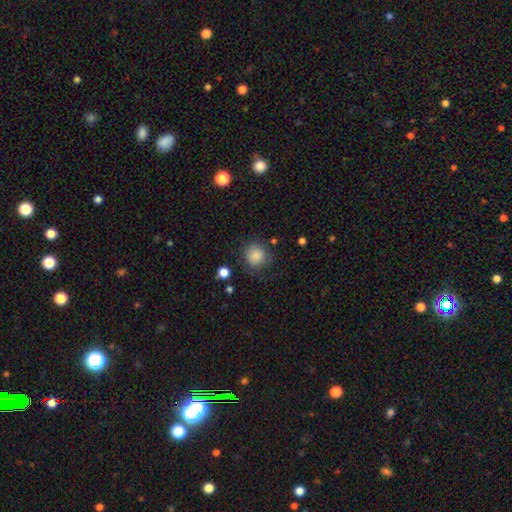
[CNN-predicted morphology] This appears to be a smooth galaxy with no disk features (86%) that is round (86%). Merging: none (78%).